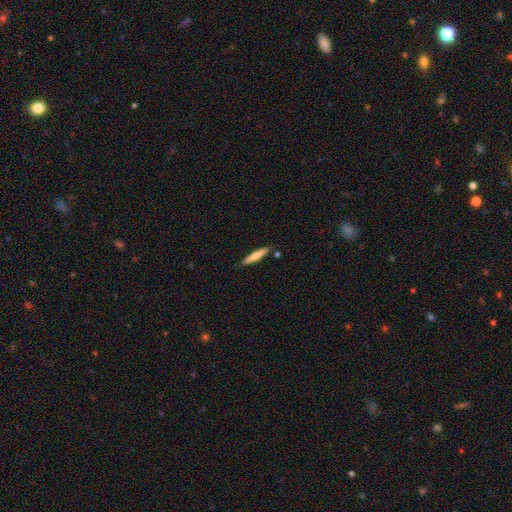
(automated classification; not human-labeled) This appears to be a smooth galaxy with no disk features (66%) that is cigar-shaped (91%). Merging: none (88%).